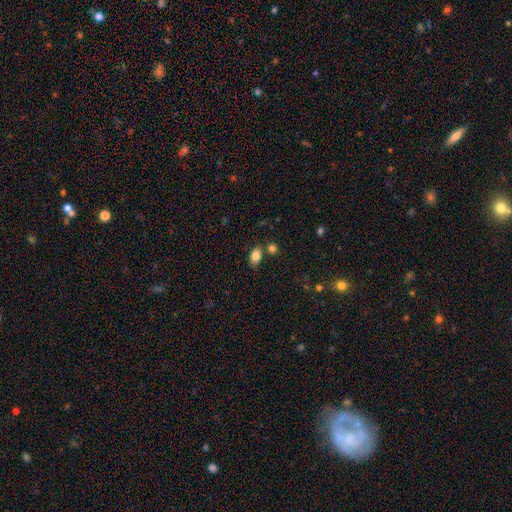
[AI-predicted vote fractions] smooth_or_featured: smooth (p=0.84) [alt: star or artifact p=0.09]
how_rounded: in between (p=0.86) [alt: round p=0.12]
merging: none (p=0.70) [alt: minor disturbance p=0.15]